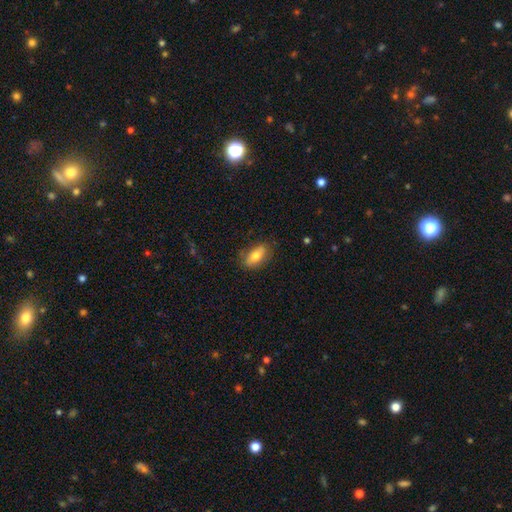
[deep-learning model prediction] This is likely a smooth galaxy (73%). How rounded: clearly in between (85%). Merging: likely none (79%).